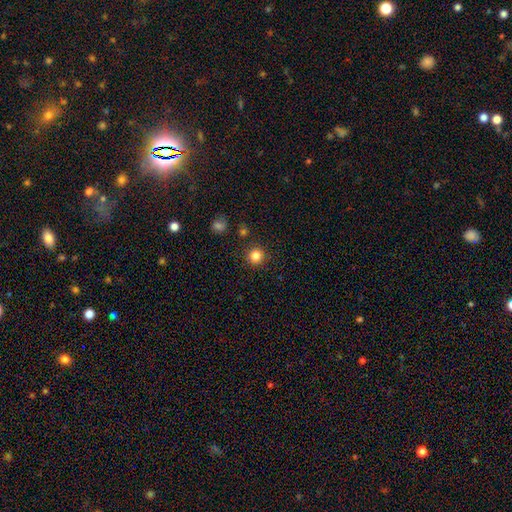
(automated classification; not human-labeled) Q: Smooth or featured?
A: smooth (83%); runner-up: star or artifact (12%)
Q: How rounded?
A: round (95%); runner-up: in between (4%)
Q: Merging?
A: none (90%); runner-up: minor disturbance (6%)